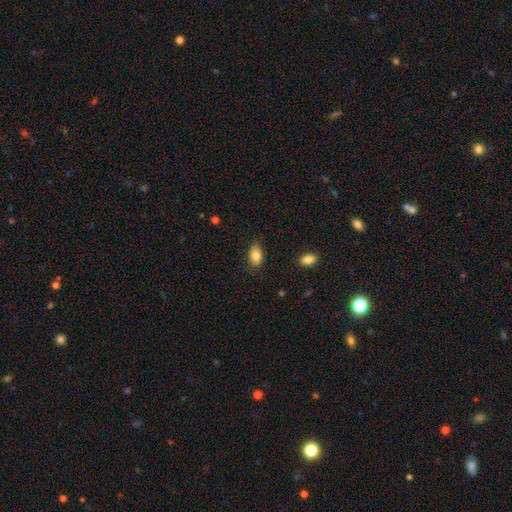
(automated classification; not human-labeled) A smooth galaxy with no disk features (84%) that is in between round and cigar-shaped (88%).

Vote fractions:
- Smooth or featured? smooth: 84% / featured or disk: 8% / star or artifact: 8%
- How rounded? in between: 88% / round: 10% / cigar-shaped: 2%
- Merging? none: 80% / minor disturbance: 16% / major disturbance: 3% / merger: 1%